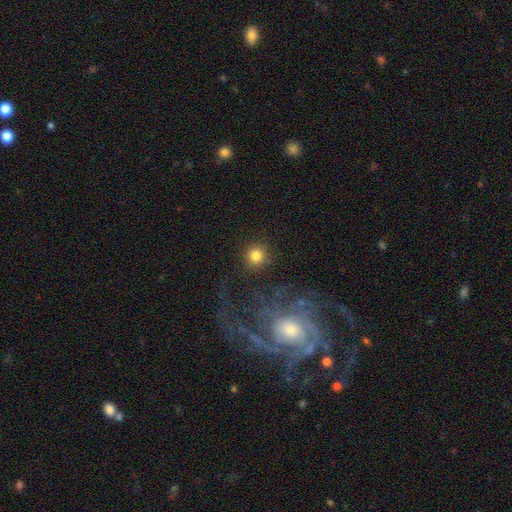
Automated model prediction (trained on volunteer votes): A smooth galaxy with no disk features (81%) that is round (94%).

Vote fractions:
- Smooth or featured? smooth: 81% / star or artifact: 12% / featured or disk: 7%
- How rounded? round: 94% / in between: 5% / cigar-shaped: 1%
- Merging? none: 89% / minor disturbance: 6% / major disturbance: 3% / merger: 3%